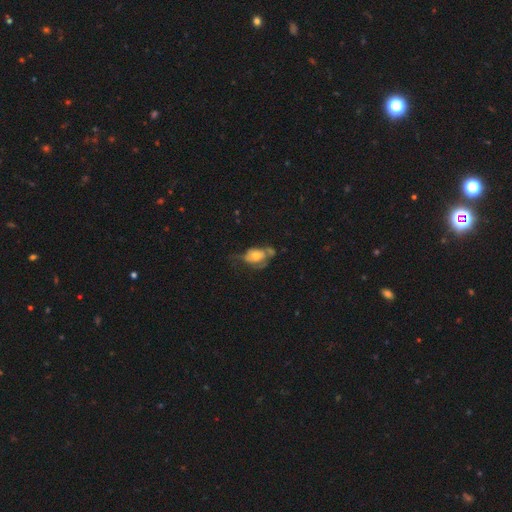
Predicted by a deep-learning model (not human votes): This appears to be a smooth galaxy with no disk features (50%). Merging: major disturbance (29%).